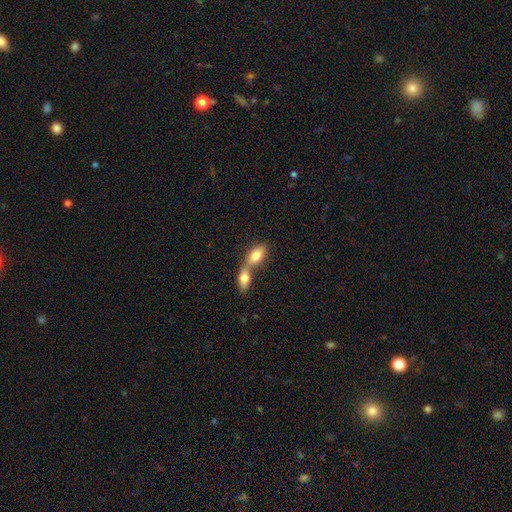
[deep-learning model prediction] Overall: smooth (79%). How rounded: in between (87%). Merging: merger (73%).